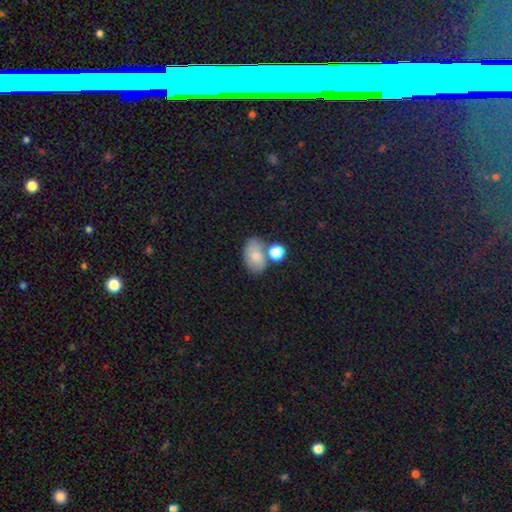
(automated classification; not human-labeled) This appears to be a smooth galaxy with no disk features (75%) that is in between round and cigar-shaped (85%). Merging: none (53%).